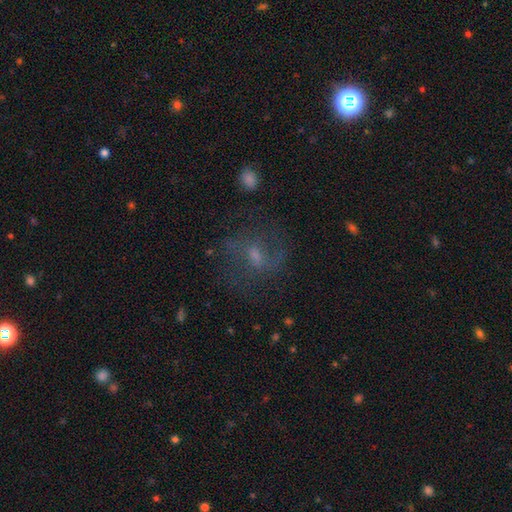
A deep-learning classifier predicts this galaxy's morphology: Smooth or featured?
  - featured or disk: 58% *
  - smooth: 24%
  - star or artifact: 17%
Edge-on disk?
  - no: 96% *
  - yes: 4%
Bar?
  - weak: 51% *
  - no: 34%
  - strong: 15%
Spiral arms?
  - yes: 78% *
  - no: 22%
Bulge size?
  - moderate: 41% *
  - small: 40%
  - none: 12%
  - large: 5%
  - dominant: 1%
Merging?
  - none: 66% *
  - minor disturbance: 17%
  - major disturbance: 15%
  - merger: 2%